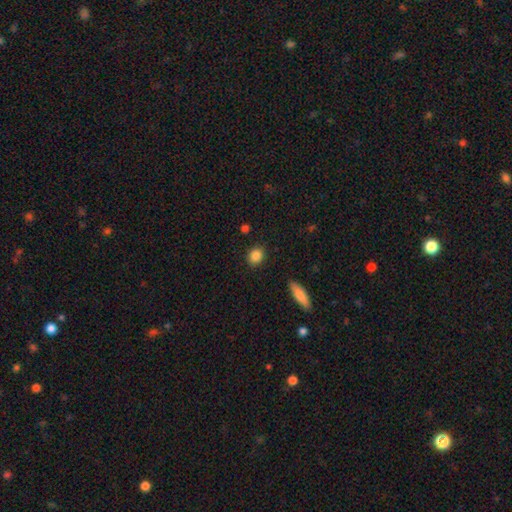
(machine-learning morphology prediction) smooth-or-featured: smooth: 86% | star or artifact: 9% | featured or disk: 5%
  how-rounded: round: 69% | in between: 29% | cigar-shaped: 2%
  merging: none: 89% | minor disturbance: 7% | major disturbance: 2% | merger: 2%